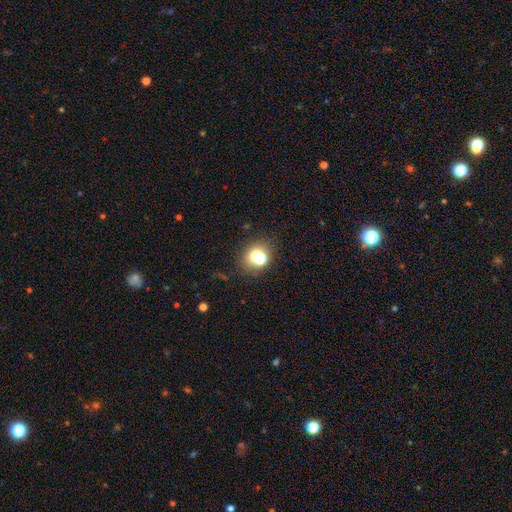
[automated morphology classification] A smooth galaxy with no disk features (66%) that is round (63%).

Vote fractions:
- Smooth or featured? smooth: 66% / featured or disk: 17% / star or artifact: 16%
- How rounded? round: 63% / in between: 35% / cigar-shaped: 2%
- Merging? none: 59% / merger: 20% / minor disturbance: 14% / major disturbance: 7%